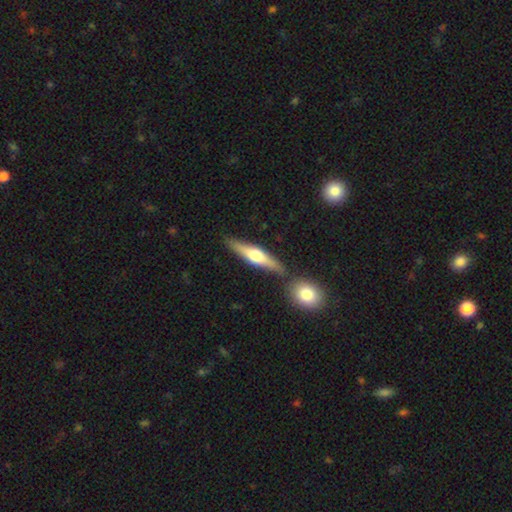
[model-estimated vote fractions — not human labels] Smooth or featured? Predicted: featured or disk (p=0.54). Edge-on disk? Predicted: yes (p=0.94). Edge-on bulge? Predicted: rounded (p=0.90). Merging? Predicted: none (p=0.78).